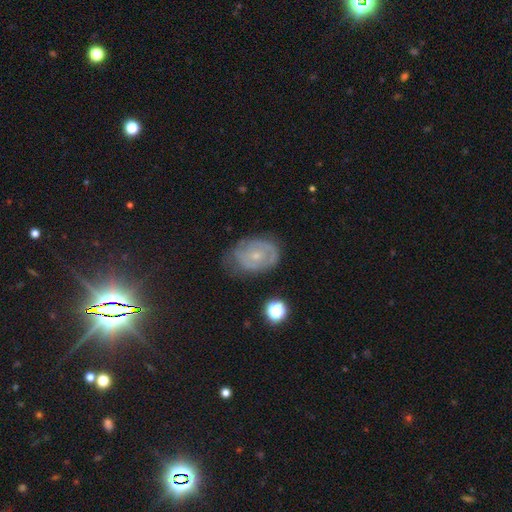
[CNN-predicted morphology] smooth_or_featured: featured or disk (p=0.69) [alt: smooth p=0.22]
disk_edge_on: no (p=0.96) [alt: yes p=0.04]
bar: no (p=0.74) [alt: weak p=0.22]
has_spiral_arms: yes (p=0.79) [alt: no p=0.21]
spiral_winding: tight (p=0.61) [alt: medium p=0.29]
spiral_arm_count: can't tell (p=0.40) [tied with: 2 p=0.40]
bulge_size: small (p=0.70) [alt: moderate p=0.25]
merging: none (p=0.63) [alt: minor disturbance p=0.25]